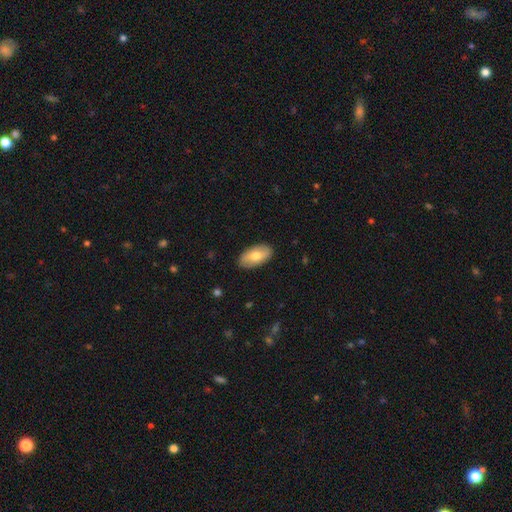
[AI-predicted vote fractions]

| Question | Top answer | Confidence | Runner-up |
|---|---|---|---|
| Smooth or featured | smooth | 70% | featured or disk (24%) |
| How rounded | in between | 94% | cigar-shaped (3%) |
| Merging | none | 88% | minor disturbance (9%) |